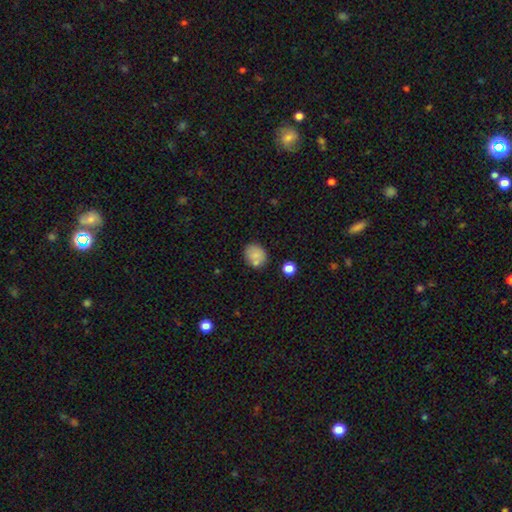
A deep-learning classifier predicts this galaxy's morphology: smooth_or_featured: smooth (p=0.80) [alt: featured or disk p=0.10]
how_rounded: round (p=0.68) [alt: in between p=0.31]
merging: none (p=0.68) [alt: minor disturbance p=0.15]